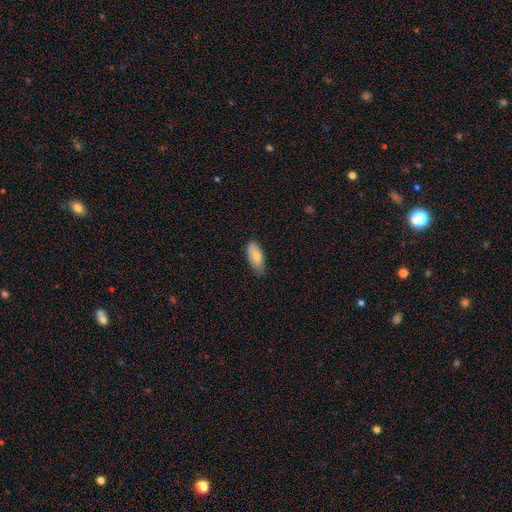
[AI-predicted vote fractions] smooth 80%, featured or disk 13%, star or artifact 6%. Down the decision tree: how rounded — in between (85%); merging — none (68%).